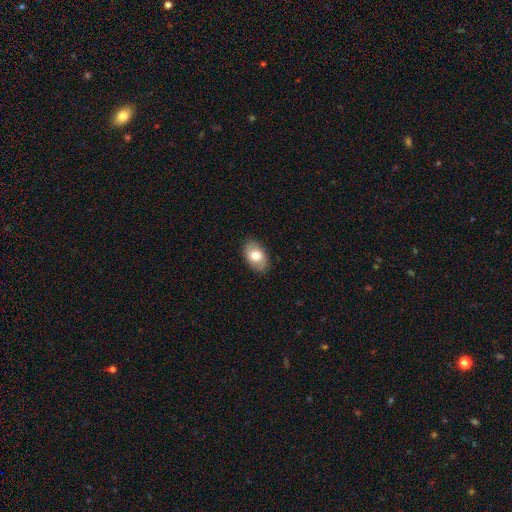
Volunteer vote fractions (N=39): Smooth or featured? 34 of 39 (87%) said smooth. How rounded? 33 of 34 (97%) said in between. Merging? 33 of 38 (87%) said none.